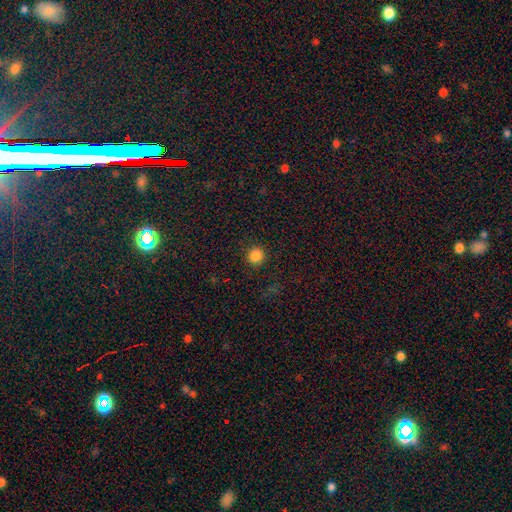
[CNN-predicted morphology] The model was most divided on "smooth or featured": smooth: 85%, star or artifact: 12%, featured or disk: 4%. More confident: how rounded — round (92%); merging — none (91%).